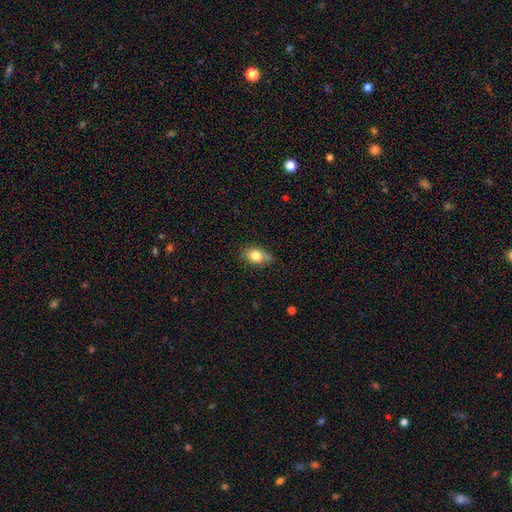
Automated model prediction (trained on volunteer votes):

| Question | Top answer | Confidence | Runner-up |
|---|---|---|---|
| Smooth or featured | smooth | 79% | featured or disk (12%) |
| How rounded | in between | 79% | round (18%) |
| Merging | none | 66% | minor disturbance (27%) |